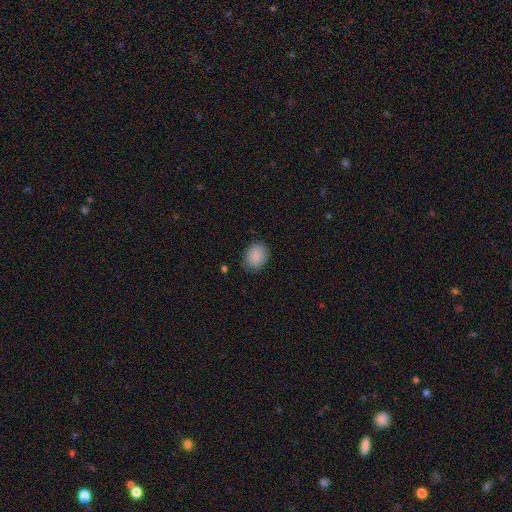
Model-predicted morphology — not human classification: smooth-or-featured: smooth: 89% | star or artifact: 8% | featured or disk: 3%
  how-rounded: round: 50% | in between: 49% | cigar-shaped: 1%
  merging: none: 84% | minor disturbance: 12% | major disturbance: 3% | merger: 1%